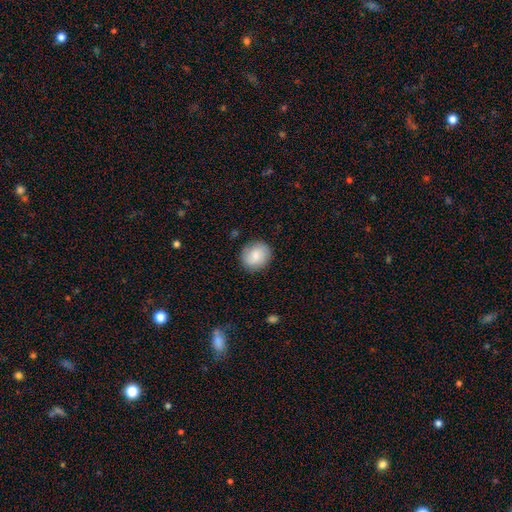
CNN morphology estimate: Q: Smooth or featured?
A: smooth (76%); runner-up: featured or disk (17%)
Q: How rounded?
A: round (79%); runner-up: in between (20%)
Q: Merging?
A: none (86%); runner-up: minor disturbance (11%)